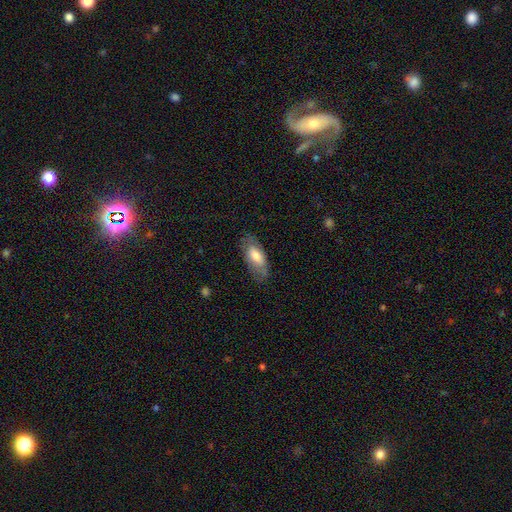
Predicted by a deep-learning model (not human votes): Morphology: type=smooth (66%); roundness=in between (85%); merging=none (73%).